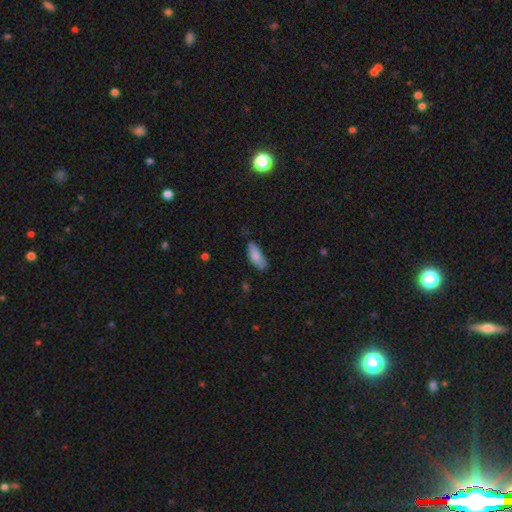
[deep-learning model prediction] Smooth or featured: smooth — 83% (featured or disk — 10%)
How rounded: in between — 79% (cigar-shaped — 19%)
Merging: none — 73% (minor disturbance — 22%)